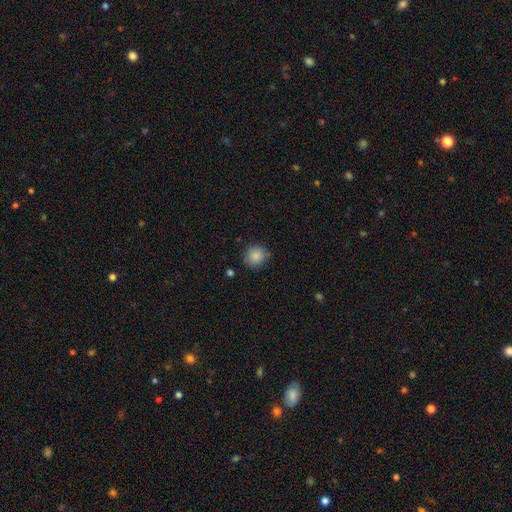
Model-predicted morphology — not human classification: The model was most divided on "merging": none: 81%, minor disturbance: 14%, major disturbance: 3%, merger: 2%. More confident: smooth or featured — smooth (87%); how rounded — round (86%).